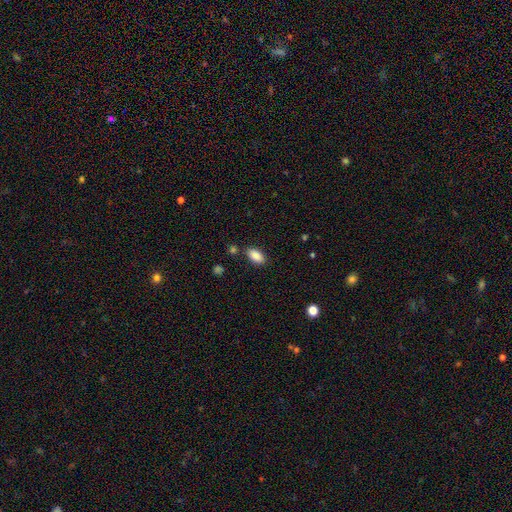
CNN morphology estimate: smooth 88%, star or artifact 8%, featured or disk 4%. Down the decision tree: how rounded — in between (92%); merging — none (82%).